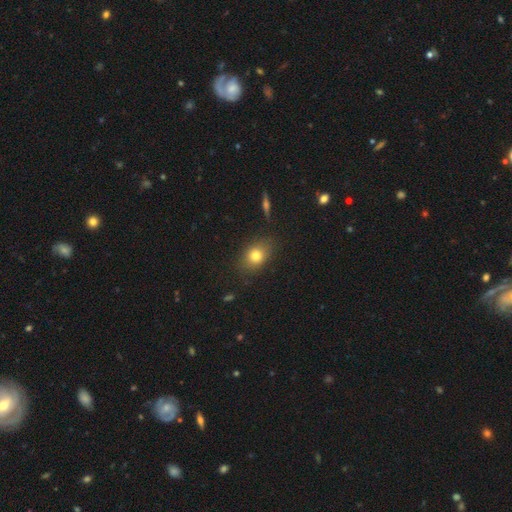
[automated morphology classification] smooth-or-featured: smooth: 78% | star or artifact: 11% | featured or disk: 11%
  how-rounded: in between: 59% | round: 40% | cigar-shaped: 2%
  merging: none: 82% | minor disturbance: 13% | major disturbance: 4% | merger: 2%